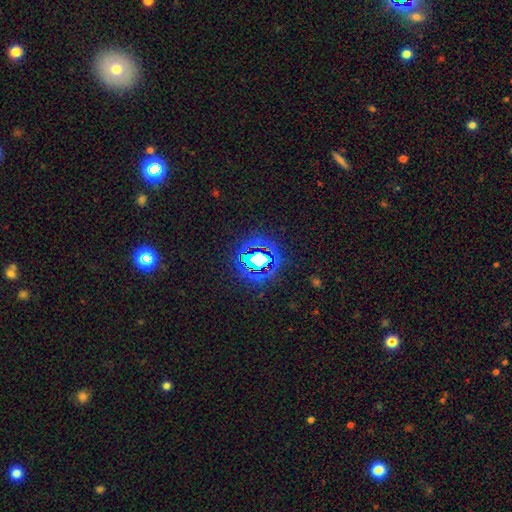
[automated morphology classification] Q: Smooth or featured?
A: star or artifact (78%); runner-up: smooth (14%)